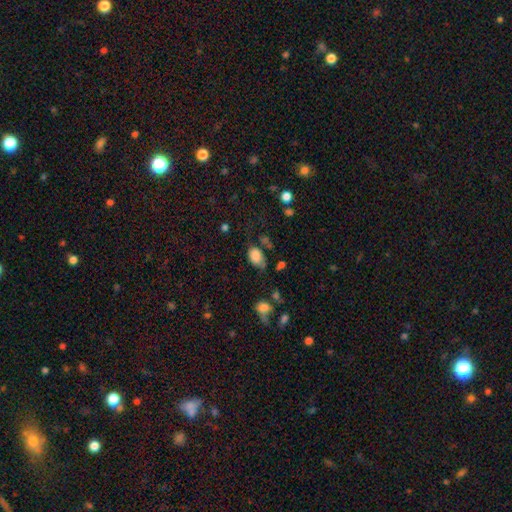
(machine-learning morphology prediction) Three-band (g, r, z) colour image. It shows a smooth galaxy with no disk features (81%) that is in between round and cigar-shaped (87%). Merging: none (45%).